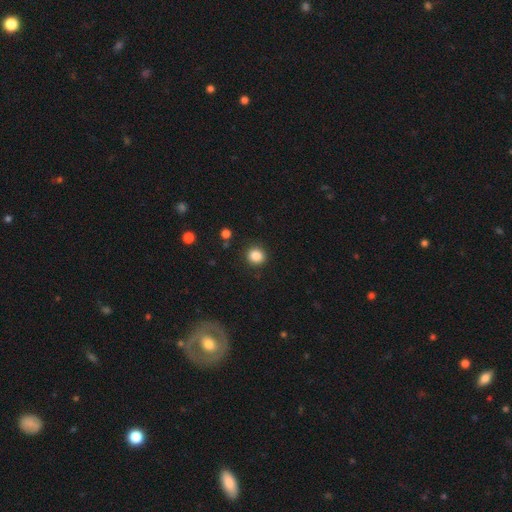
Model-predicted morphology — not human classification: The model was most divided on "how rounded": round: 83%, in between: 16%, cigar-shaped: 1%. More confident: merging — none (89%); smooth or featured — smooth (86%).